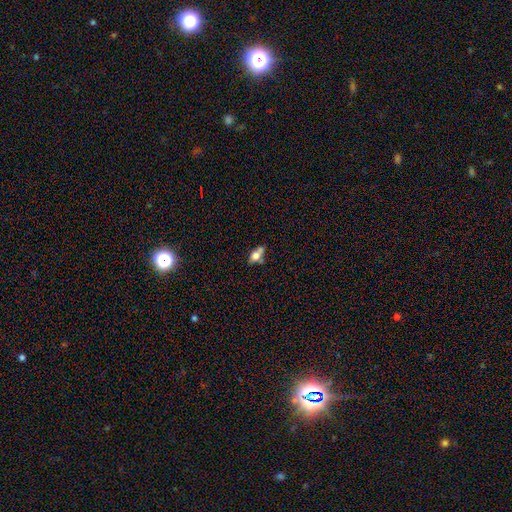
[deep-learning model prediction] Morphology: type=smooth (59%); roundness=in between (74%); merging=none (44%).